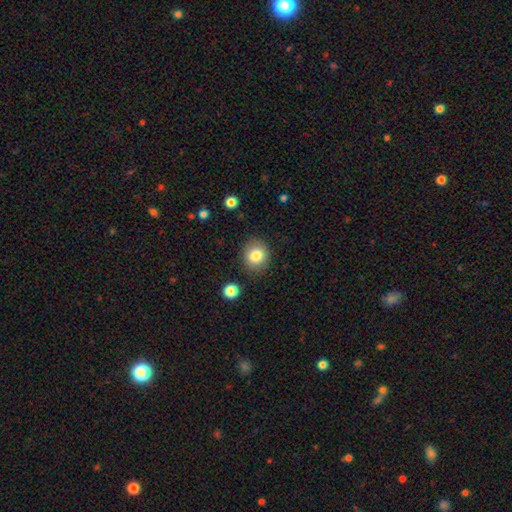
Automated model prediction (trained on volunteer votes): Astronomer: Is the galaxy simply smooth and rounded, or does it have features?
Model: smooth — 82%.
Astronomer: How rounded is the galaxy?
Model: round — 76%.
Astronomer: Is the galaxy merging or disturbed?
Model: none — 84%.